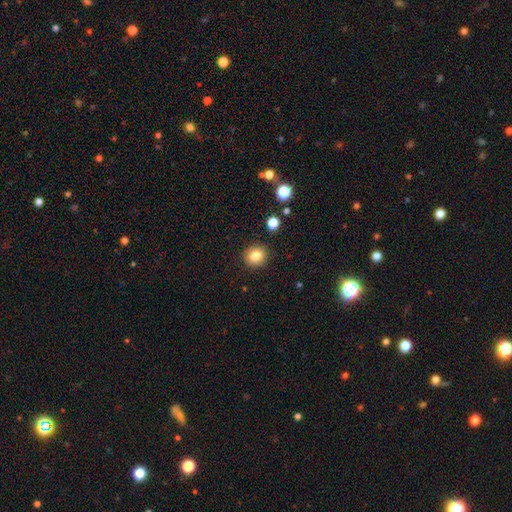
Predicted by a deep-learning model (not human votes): Smooth or featured?
  - smooth: 81% *
  - star or artifact: 11%
  - featured or disk: 8%
How rounded?
  - round: 83% *
  - in between: 16%
  - cigar-shaped: 1%
Merging?
  - none: 90% *
  - minor disturbance: 7%
  - major disturbance: 2%
  - merger: 2%